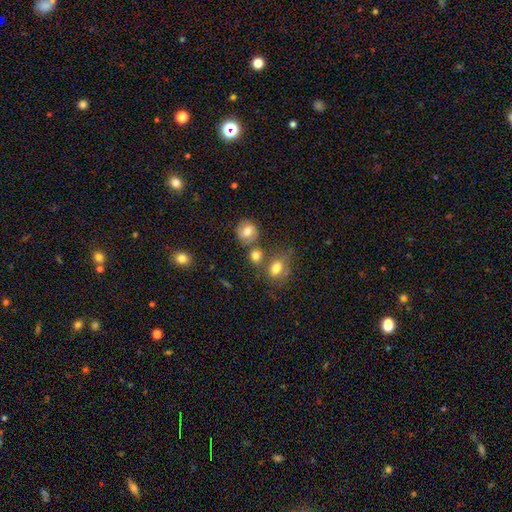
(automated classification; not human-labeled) smooth 77%, star or artifact 12%, featured or disk 11%. Down the decision tree: how rounded — round (54%); merging — none (57%).